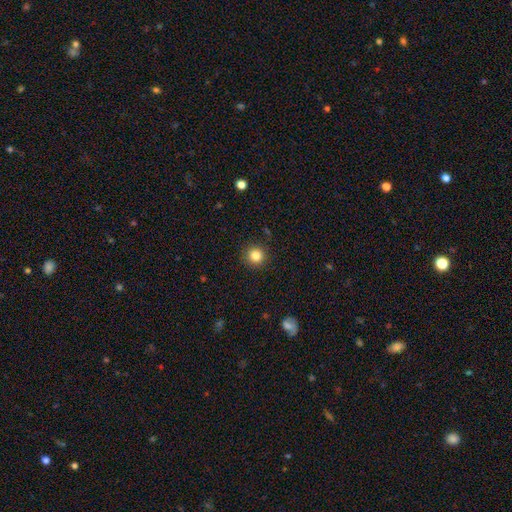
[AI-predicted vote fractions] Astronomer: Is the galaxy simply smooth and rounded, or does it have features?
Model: smooth — 84%.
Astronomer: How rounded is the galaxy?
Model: round — 94%.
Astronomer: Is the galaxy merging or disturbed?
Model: none — 91%.